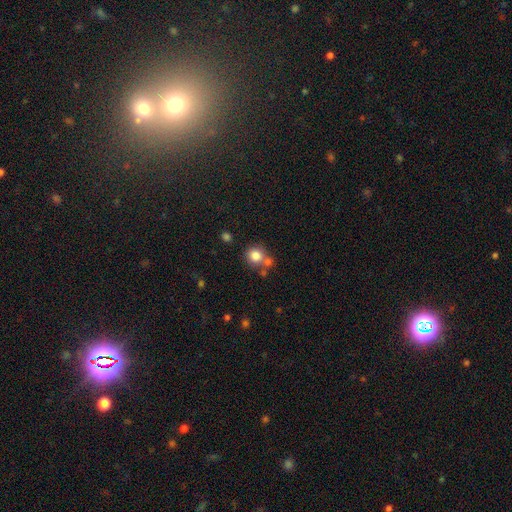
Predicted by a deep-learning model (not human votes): A smooth galaxy with no disk features (81%) that is round (86%). Merging: none (59%).